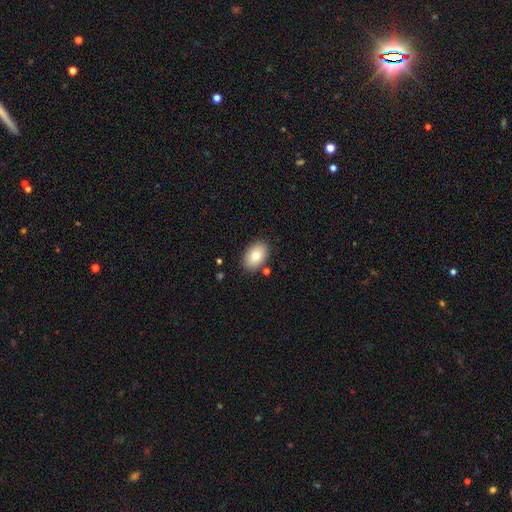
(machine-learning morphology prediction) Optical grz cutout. It shows a smooth galaxy with no disk features (80%) that is in between round and cigar-shaped (88%). Merging: none (85%).